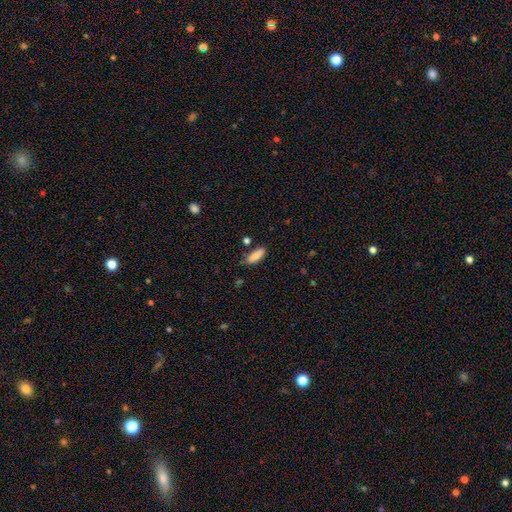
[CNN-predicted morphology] Smooth or featured? Predicted: smooth (p=0.84). How rounded? Predicted: in between (p=0.66). Merging? Predicted: none (p=0.71).